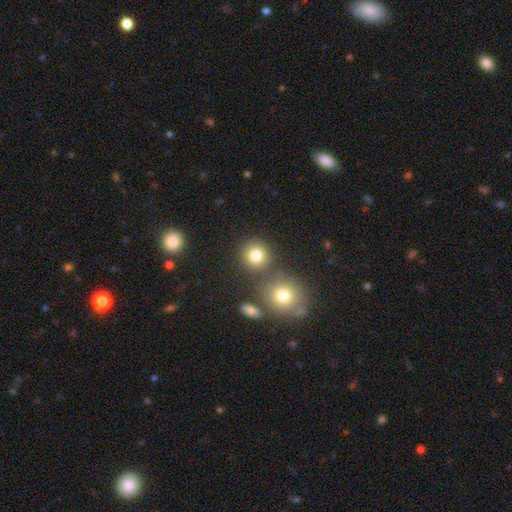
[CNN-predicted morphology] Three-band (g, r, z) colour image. It shows a smooth galaxy with no disk features (80%) that is round (88%). Merging: none (71%).